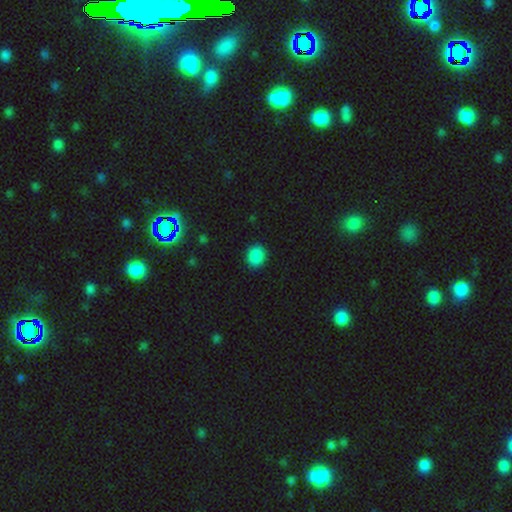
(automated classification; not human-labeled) Smooth or featured?
  - smooth: 87% *
  - star or artifact: 10%
  - featured or disk: 3%
How rounded?
  - round: 71% *
  - in between: 28%
  - cigar-shaped: 1%
Merging?
  - none: 90% *
  - minor disturbance: 7%
  - major disturbance: 2%
  - merger: 1%